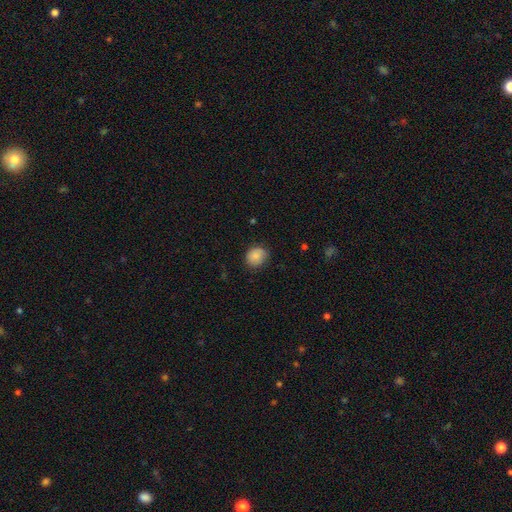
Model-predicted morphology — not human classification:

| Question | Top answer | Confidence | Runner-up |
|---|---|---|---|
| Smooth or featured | smooth | 83% | featured or disk (9%) |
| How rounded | round | 67% | in between (32%) |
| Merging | none | 74% | minor disturbance (21%) |